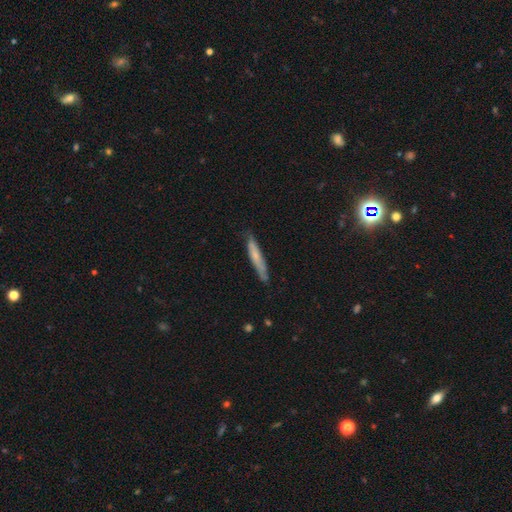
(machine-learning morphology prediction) smooth-or-featured: smooth: 60% | featured or disk: 34% | star or artifact: 6%
  how-rounded: cigar-shaped: 93% | in between: 6% | round: 1%
  merging: none: 76% | minor disturbance: 19% | major disturbance: 3% | merger: 2%